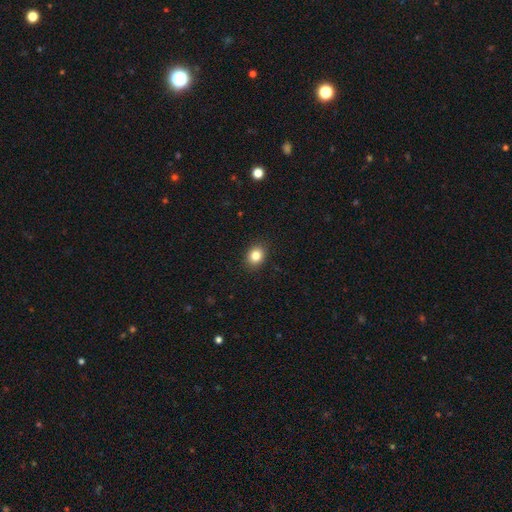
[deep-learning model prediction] Q: Smooth or featured?
A: smooth (84%); runner-up: star or artifact (10%)
Q: How rounded?
A: round (53%); runner-up: in between (46%)
Q: Merging?
A: none (90%); runner-up: minor disturbance (7%)